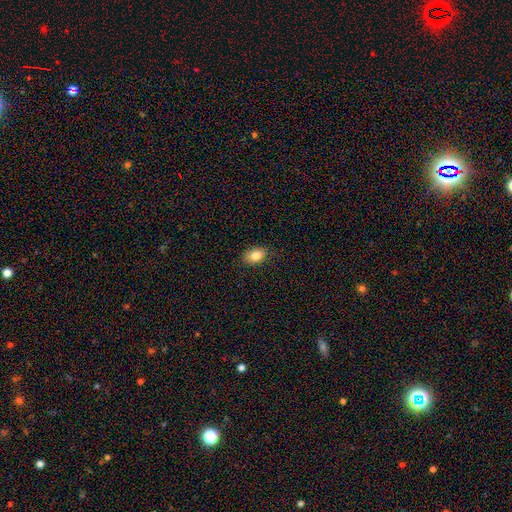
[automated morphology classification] The model was most divided on "how rounded": in between: 85%, round: 14%, cigar-shaped: 2%. More confident: merging — none (84%); smooth or featured — smooth (84%).